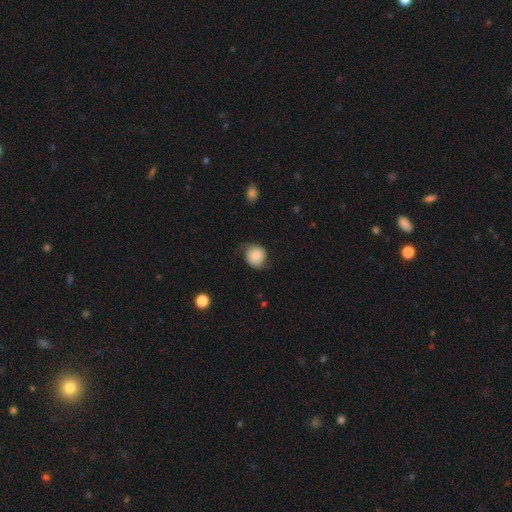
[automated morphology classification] smooth_or_featured: smooth (p=0.73) [alt: featured or disk p=0.19]
how_rounded: round (p=0.83) [alt: in between p=0.16]
merging: none (p=0.63) [alt: minor disturbance p=0.26]